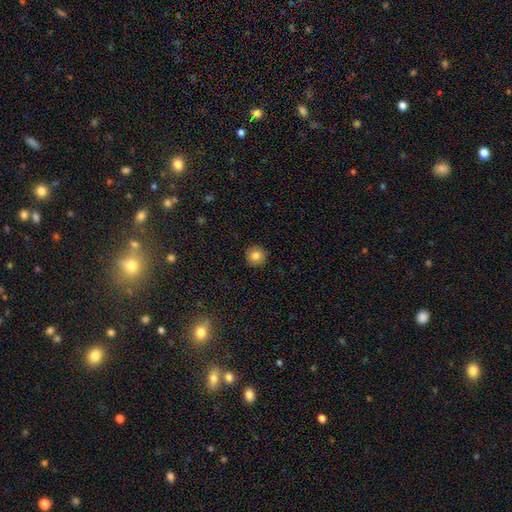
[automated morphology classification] A smooth galaxy with no disk features (83%) that is round (95%). Merging: none (91%).